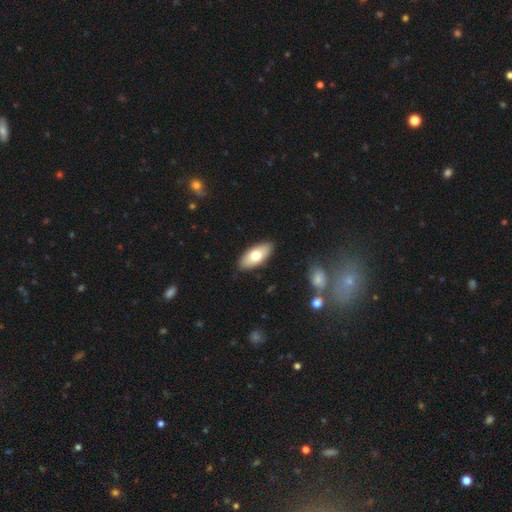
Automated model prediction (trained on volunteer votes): Q: Smooth or featured?
A: smooth (70%); runner-up: featured or disk (24%)
Q: How rounded?
A: in between (88%); runner-up: cigar-shaped (10%)
Q: Merging?
A: none (89%); runner-up: minor disturbance (8%)